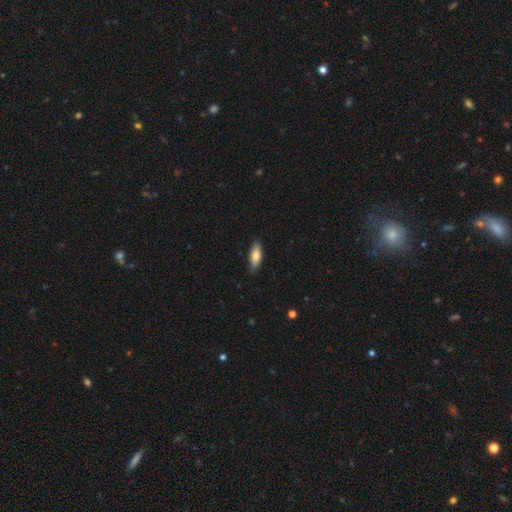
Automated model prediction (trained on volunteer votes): Q: Smooth or featured?
A: smooth (75%); runner-up: featured or disk (19%)
Q: How rounded?
A: in between (69%); runner-up: cigar-shaped (29%)
Q: Merging?
A: none (86%); runner-up: minor disturbance (11%)